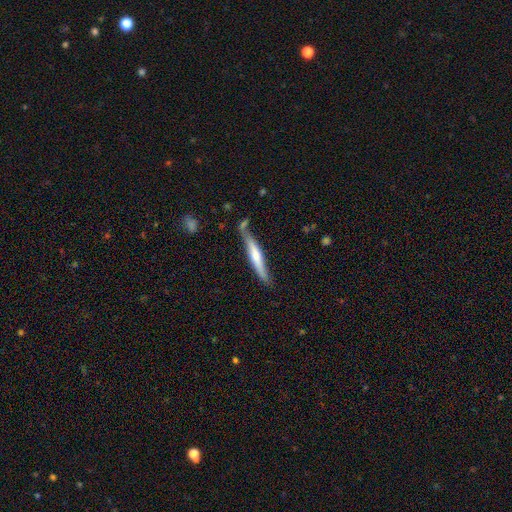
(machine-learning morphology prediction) This is possibly a smooth galaxy (48%). Merging: likely none (67%).